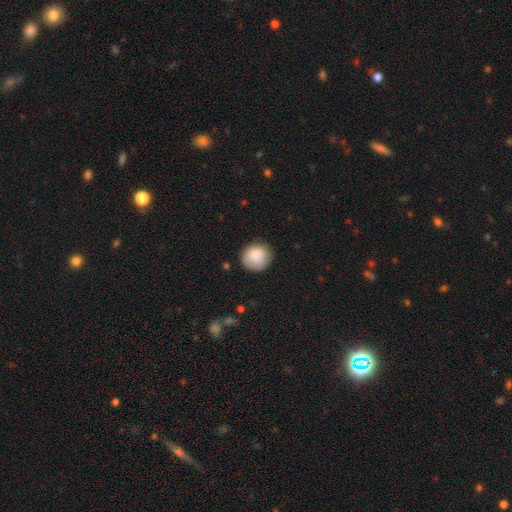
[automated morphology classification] smooth-or-featured: smooth: 85% | featured or disk: 8% | star or artifact: 7%
  how-rounded: round: 86% | in between: 13% | cigar-shaped: 1%
  merging: none: 79% | minor disturbance: 16% | major disturbance: 4% | merger: 1%